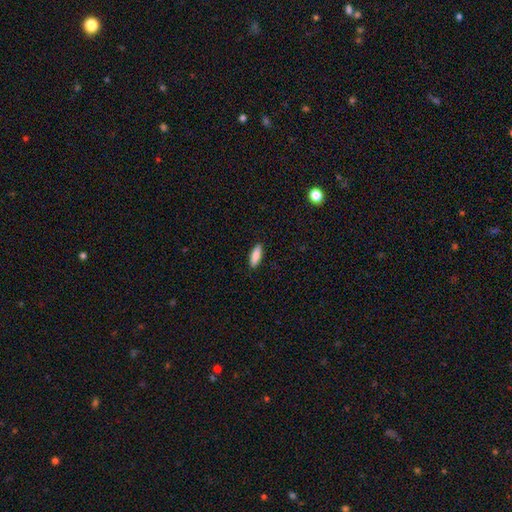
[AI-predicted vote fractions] A smooth galaxy with no disk features (83%) that is in between round and cigar-shaped (65%).

Vote fractions:
- Smooth or featured? smooth: 83% / featured or disk: 11% / star or artifact: 6%
- How rounded? in between: 65% / cigar-shaped: 33% / round: 2%
- Merging? none: 90% / minor disturbance: 8% / major disturbance: 2% / merger: 1%